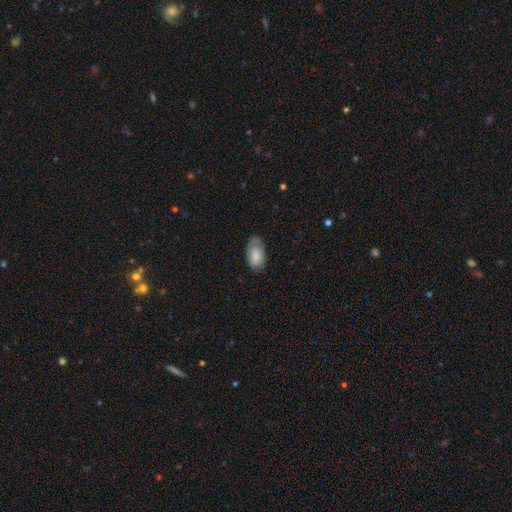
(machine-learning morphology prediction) Smooth or featured? smooth (66%)
How rounded? in between (93%)
Merging? none (64%)